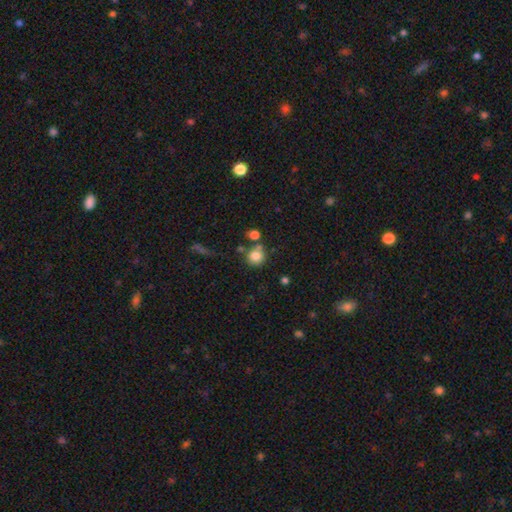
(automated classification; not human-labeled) Morphology: type=smooth (81%); roundness=round (86%); merging=none (65%).